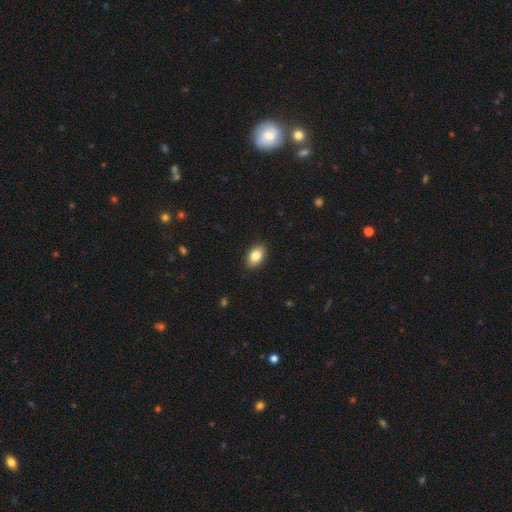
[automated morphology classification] Smooth or featured? smooth (84%)
How rounded? in between (89%)
Merging? none (89%)